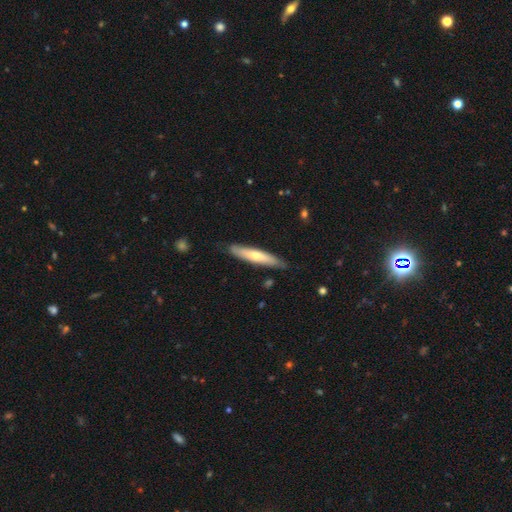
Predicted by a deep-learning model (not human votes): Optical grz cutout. It shows a smooth galaxy with no disk features (56%) that is cigar-shaped (86%). Merging: none (83%).